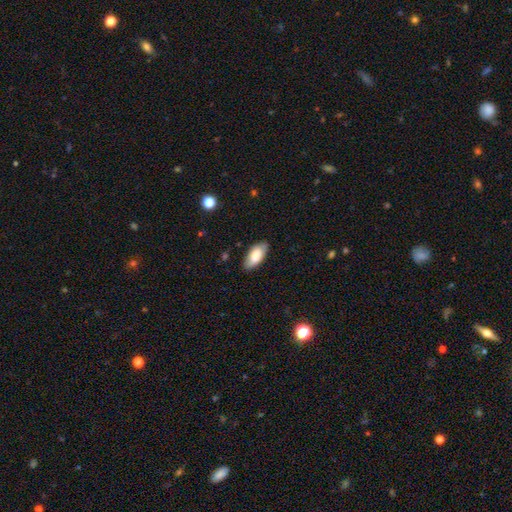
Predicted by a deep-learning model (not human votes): A smooth galaxy with no disk features (79%) that is in between round and cigar-shaped (91%). Merging: none (84%).